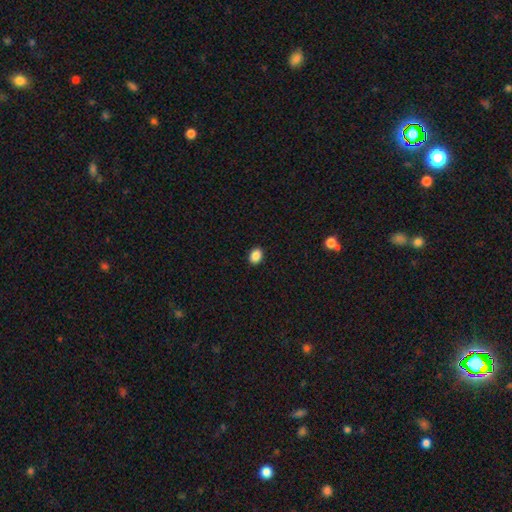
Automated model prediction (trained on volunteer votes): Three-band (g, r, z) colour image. It shows a smooth galaxy with no disk features (88%) that is in between round and cigar-shaped (63%). Merging: none (91%).